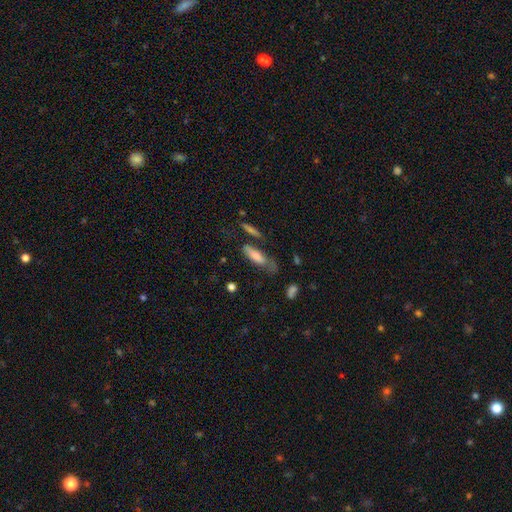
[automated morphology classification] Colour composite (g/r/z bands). It shows a smooth galaxy with no disk features (64%) that is cigar-shaped (53%). Merging: none (49%).